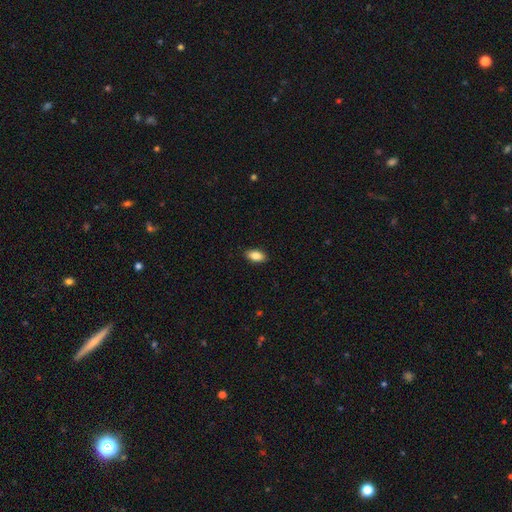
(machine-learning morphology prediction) A smooth galaxy with no disk features (87%) that is in between round and cigar-shaped (91%).

Vote fractions:
- Smooth or featured? smooth: 87% / star or artifact: 7% / featured or disk: 6%
- How rounded? in between: 91% / cigar-shaped: 5% / round: 4%
- Merging? none: 89% / minor disturbance: 8% / major disturbance: 2% / merger: 1%